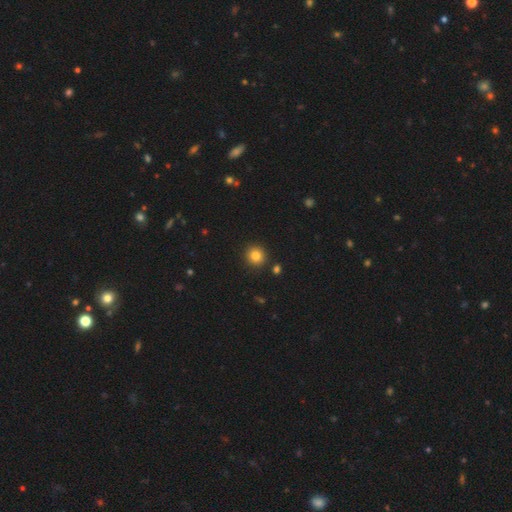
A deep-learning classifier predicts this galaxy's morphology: Smooth or featured: smooth — 82% (star or artifact — 12%)
How rounded: round — 92% (in between — 7%)
Merging: none — 90% (minor disturbance — 6%)